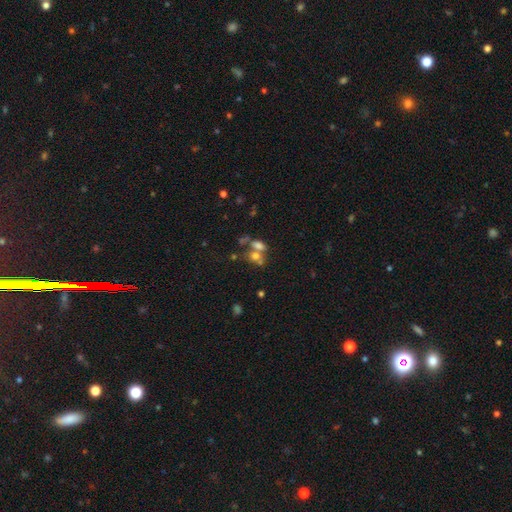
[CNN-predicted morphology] smooth_or_featured: smooth (p=0.63) [alt: featured or disk p=0.21]
how_rounded: in between (p=0.68) [alt: round p=0.28]
merging: merger (p=0.50) [alt: none p=0.32]